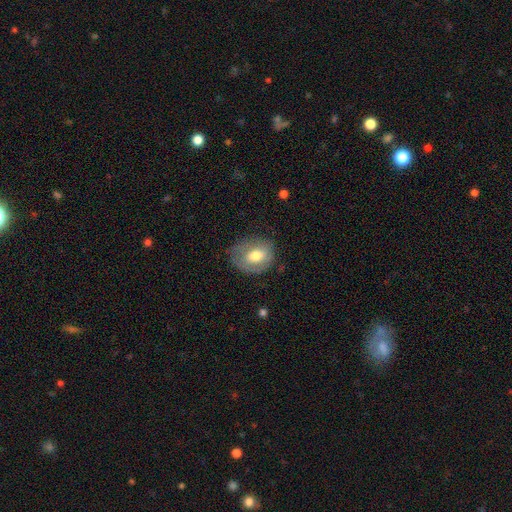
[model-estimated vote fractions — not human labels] A smooth galaxy with no disk features (59%) that is in between round and cigar-shaped (53%). Merging: none (61%).